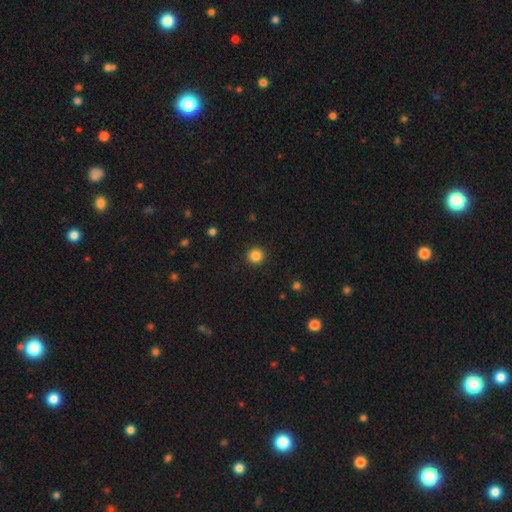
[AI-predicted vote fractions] A smooth galaxy with no disk features (85%) that is round (95%). Merging: none (93%).